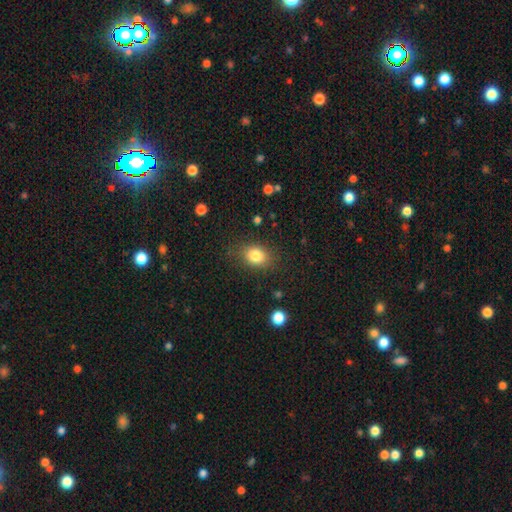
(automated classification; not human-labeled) A smooth galaxy with no disk features (83%) that is in between round and cigar-shaped (61%).

Vote fractions:
- Smooth or featured? smooth: 83% / star or artifact: 10% / featured or disk: 8%
- How rounded? in between: 61% / round: 38% / cigar-shaped: 1%
- Merging? none: 81% / minor disturbance: 13% / major disturbance: 4% / merger: 1%